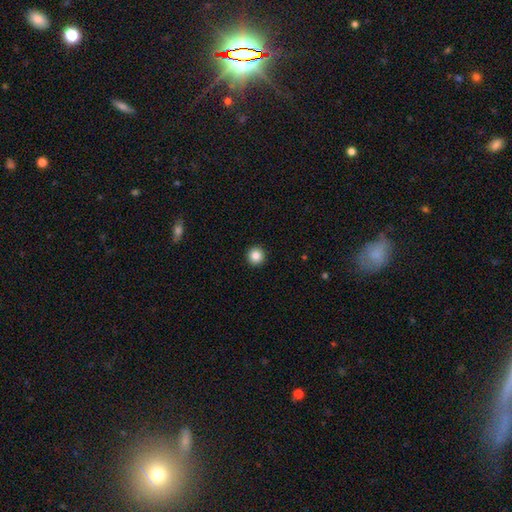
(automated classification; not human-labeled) smooth-or-featured: smooth: 86% | star or artifact: 10% | featured or disk: 4%
  how-rounded: round: 96% | in between: 3% | cigar-shaped: 1%
  merging: none: 94% | minor disturbance: 4% | major disturbance: 1% | merger: 1%